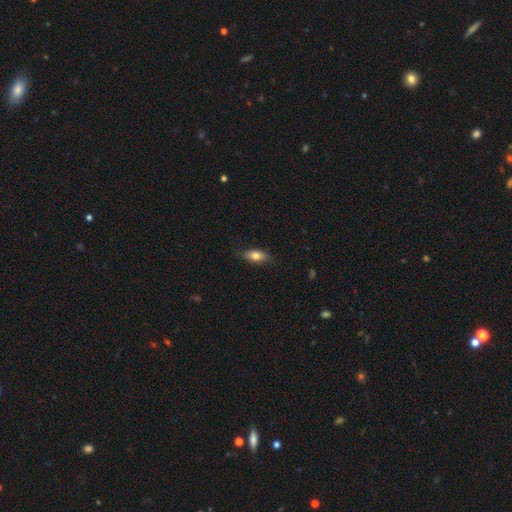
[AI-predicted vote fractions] Q: Smooth or featured?
A: smooth (74%); runner-up: featured or disk (18%)
Q: How rounded?
A: in between (79%); runner-up: cigar-shaped (16%)
Q: Merging?
A: none (79%); runner-up: minor disturbance (17%)